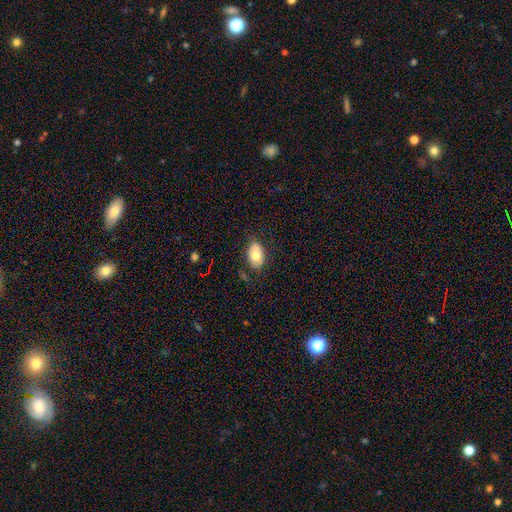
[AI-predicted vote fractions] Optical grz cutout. It shows a smooth galaxy with no disk features (73%) that is in between round and cigar-shaped (91%). Merging: none (76%).